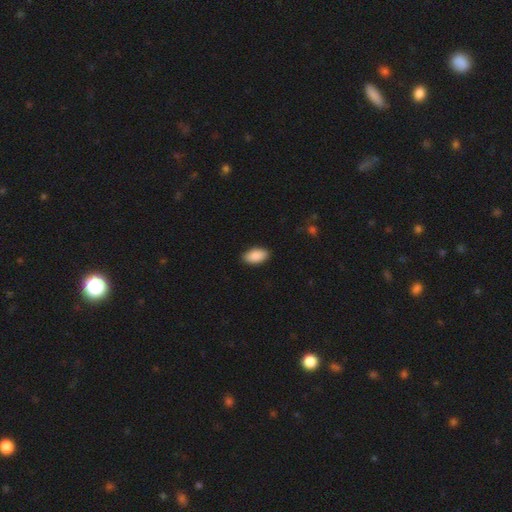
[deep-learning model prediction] This is clearly a smooth galaxy (90%). How rounded: clearly in between (94%). Merging: clearly none (89%).